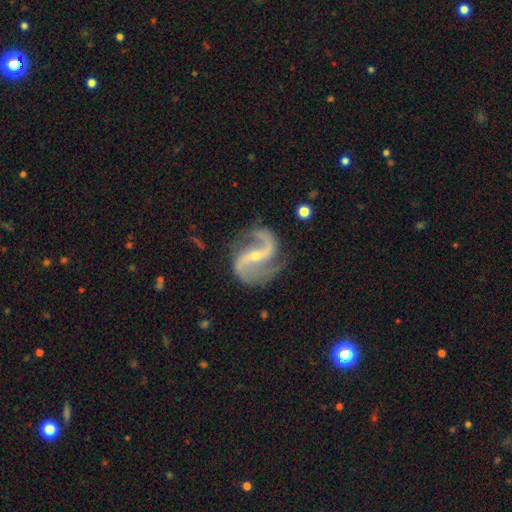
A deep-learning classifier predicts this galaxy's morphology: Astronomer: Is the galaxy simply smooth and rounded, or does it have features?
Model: featured or disk — 93%.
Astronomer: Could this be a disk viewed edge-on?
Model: no — 98%.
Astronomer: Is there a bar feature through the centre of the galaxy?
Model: strong — 43% (runner-up: weak, 35%).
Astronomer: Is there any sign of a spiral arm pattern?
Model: yes — 98%.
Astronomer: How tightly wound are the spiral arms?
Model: loose — 48% (runner-up: medium, 42%).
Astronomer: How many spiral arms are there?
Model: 2 — 94%.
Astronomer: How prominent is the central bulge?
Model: small — 71%.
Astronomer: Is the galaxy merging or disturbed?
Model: none — 79%.